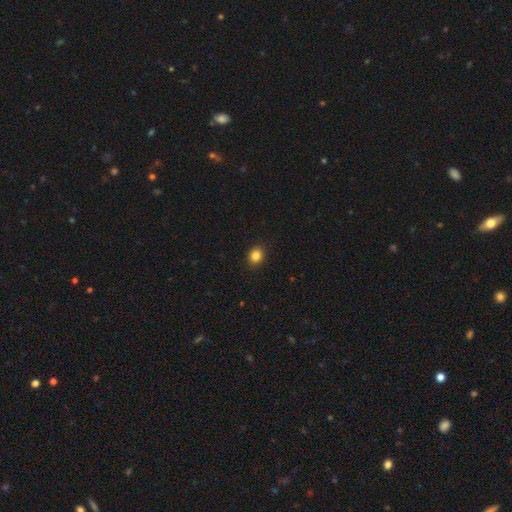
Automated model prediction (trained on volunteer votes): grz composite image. It shows a smooth galaxy with no disk features (85%) that is round (68%). Merging: none (91%).